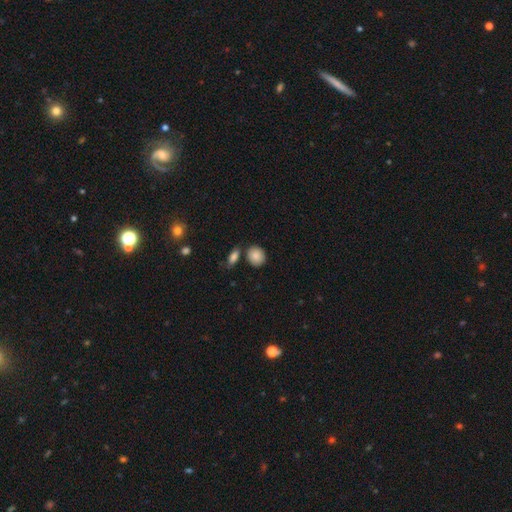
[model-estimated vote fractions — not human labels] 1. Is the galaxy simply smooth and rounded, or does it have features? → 88% smooth, 7% star or artifact, 5% featured or disk.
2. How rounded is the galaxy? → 60% round, 38% in between, 1% cigar-shaped.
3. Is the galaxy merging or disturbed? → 74% none, 12% minor disturbance, 10% merger, 3% major disturbance.